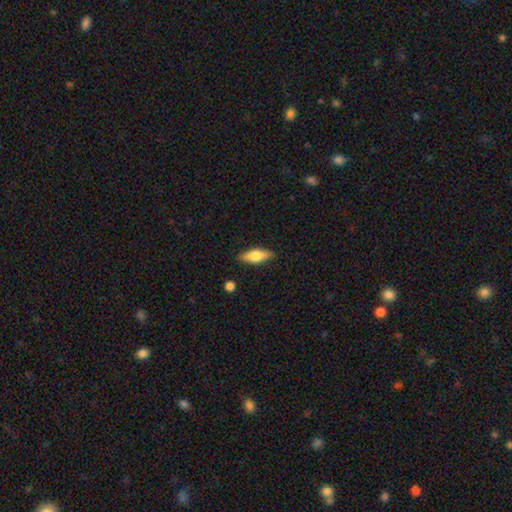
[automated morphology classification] Smooth or featured? smooth (66%)
How rounded? in between (62%)
Merging? none (86%)